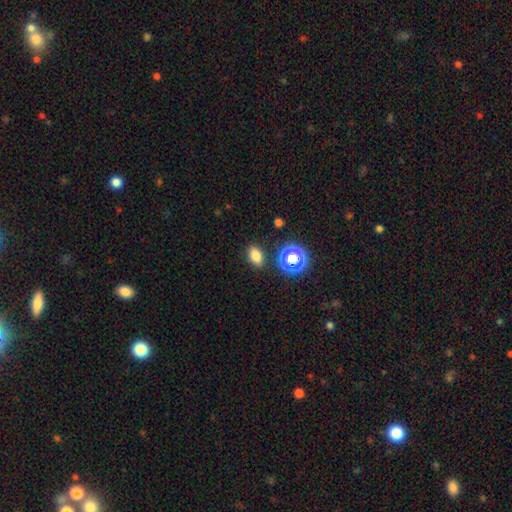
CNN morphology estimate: The model was most divided on "how rounded": in between: 76%, round: 22%, cigar-shaped: 3%. More confident: merging — none (85%); smooth or featured — smooth (77%).